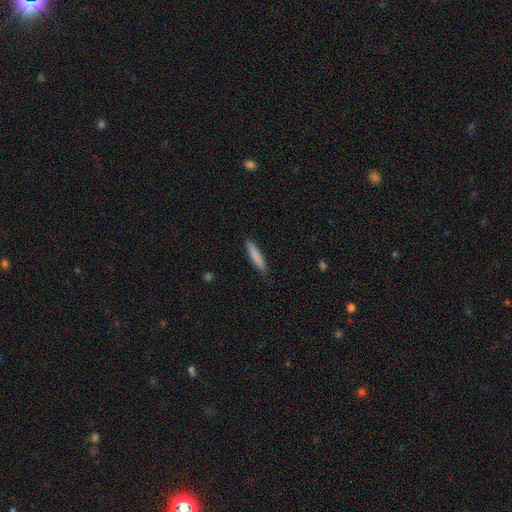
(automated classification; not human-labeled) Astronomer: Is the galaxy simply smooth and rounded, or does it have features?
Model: smooth — 81%.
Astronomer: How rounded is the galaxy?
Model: cigar-shaped — 89%.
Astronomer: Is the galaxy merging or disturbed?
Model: none — 88%.